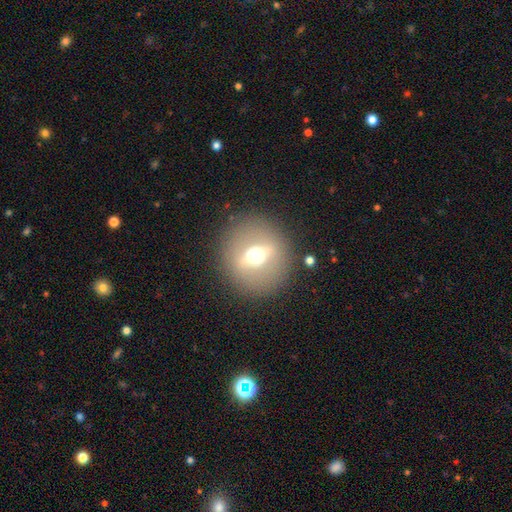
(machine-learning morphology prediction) featured or disk 50%, smooth 37%, star or artifact 13%. Down the decision tree: merging — none (85%).